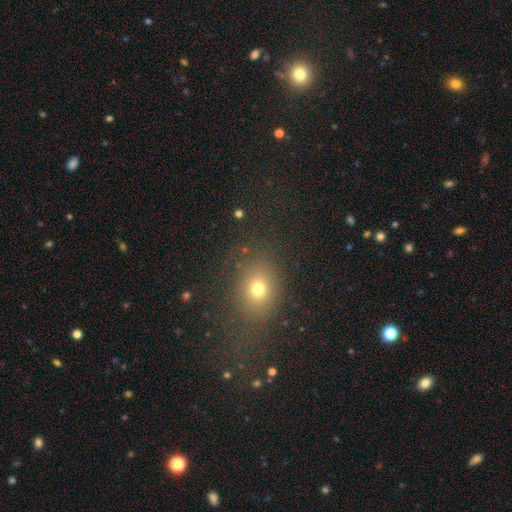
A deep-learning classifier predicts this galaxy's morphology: Smooth or featured? Predicted: smooth (p=0.59). How rounded? Predicted: in between (p=0.52). Merging? Predicted: none (p=0.77).